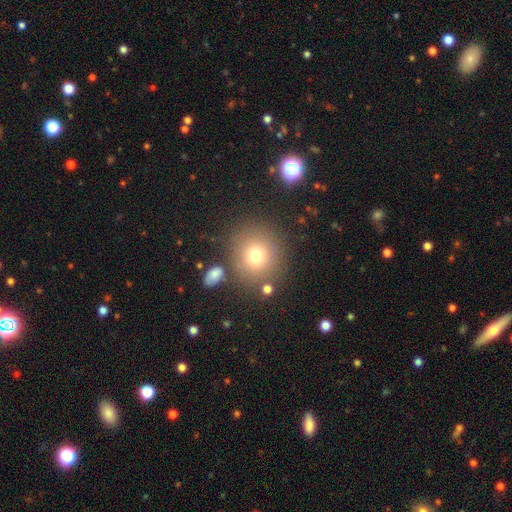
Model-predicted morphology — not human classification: smooth-or-featured: smooth: 72% | star or artifact: 15% | featured or disk: 13%
  how-rounded: round: 86% | in between: 13% | cigar-shaped: 1%
  merging: none: 79% | minor disturbance: 10% | merger: 6% | major disturbance: 5%